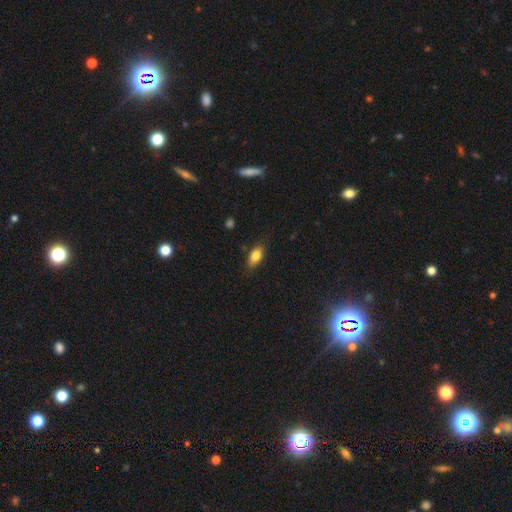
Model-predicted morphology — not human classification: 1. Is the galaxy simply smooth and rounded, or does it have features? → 81% smooth, 12% featured or disk, 8% star or artifact.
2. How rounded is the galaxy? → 85% in between, 10% cigar-shaped, 5% round.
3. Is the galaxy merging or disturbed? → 82% none, 14% minor disturbance, 3% major disturbance, 1% merger.